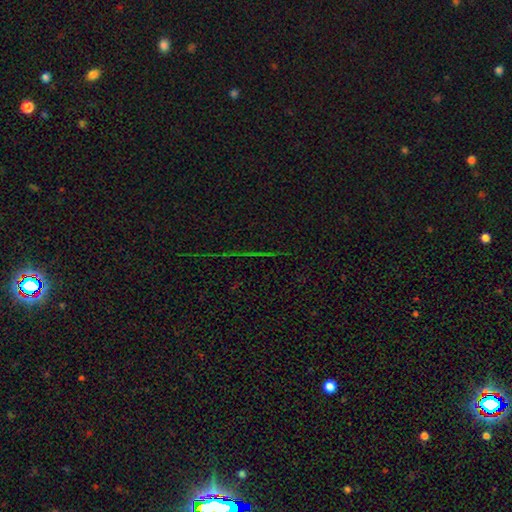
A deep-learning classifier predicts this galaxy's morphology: This appears to be a star or artifact, not a galaxy (77%).